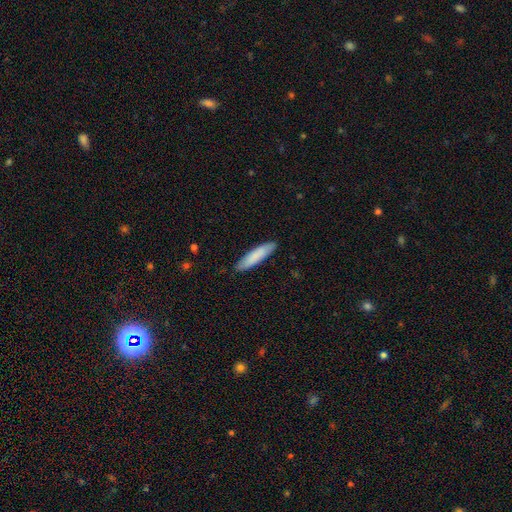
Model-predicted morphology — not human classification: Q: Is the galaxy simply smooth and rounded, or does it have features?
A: smooth — 84%.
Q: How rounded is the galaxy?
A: cigar-shaped — 79%.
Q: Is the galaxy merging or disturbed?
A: none — 88%.